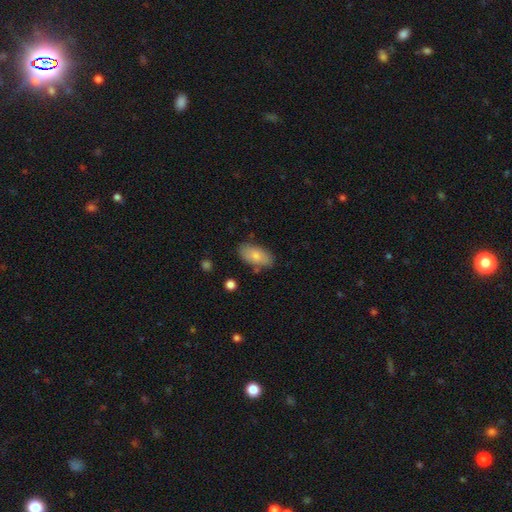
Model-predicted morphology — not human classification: Smooth or featured?
  - smooth: 78% *
  - featured or disk: 15%
  - star or artifact: 6%
How rounded?
  - in between: 93% *
  - cigar-shaped: 4%
  - round: 3%
Merging?
  - none: 79% *
  - minor disturbance: 15%
  - merger: 3%
  - major disturbance: 3%